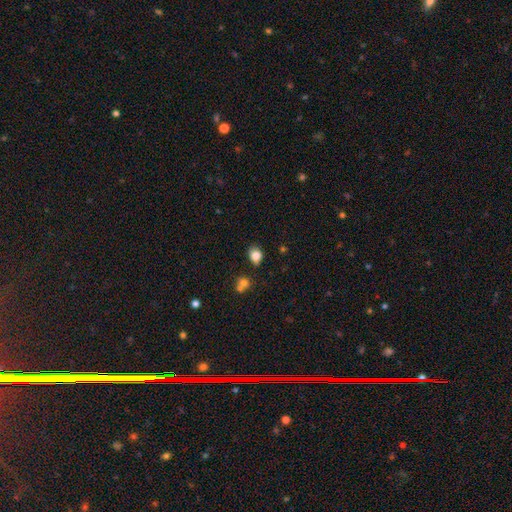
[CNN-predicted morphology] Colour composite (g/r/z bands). It shows a smooth galaxy with no disk features (83%) that is in between round and cigar-shaped (58%). Merging: none (71%).